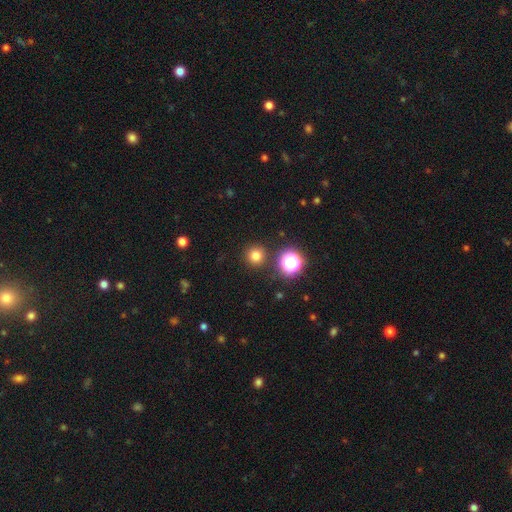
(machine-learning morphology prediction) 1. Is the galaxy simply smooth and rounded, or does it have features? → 76% smooth, 19% star or artifact, 5% featured or disk.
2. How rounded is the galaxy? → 95% round, 4% in between, 1% cigar-shaped.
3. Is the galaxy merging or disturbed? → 89% none, 5% minor disturbance, 3% merger, 2% major disturbance.